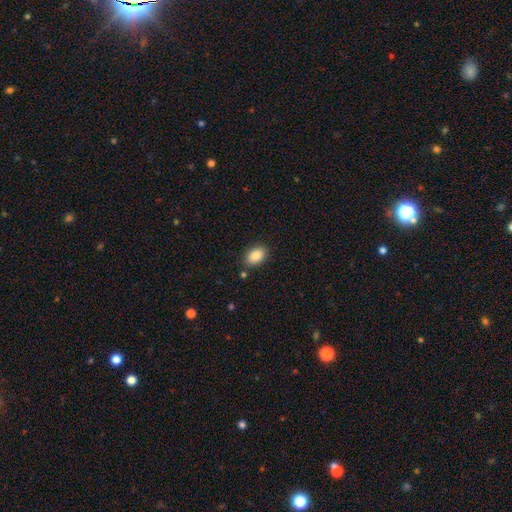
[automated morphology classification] A smooth galaxy with no disk features (88%) that is in between round and cigar-shaped (88%).

Vote fractions:
- Smooth or featured? smooth: 88% / star or artifact: 7% / featured or disk: 4%
- How rounded? in between: 88% / round: 11% / cigar-shaped: 1%
- Merging? none: 84% / minor disturbance: 11% / merger: 3% / major disturbance: 3%